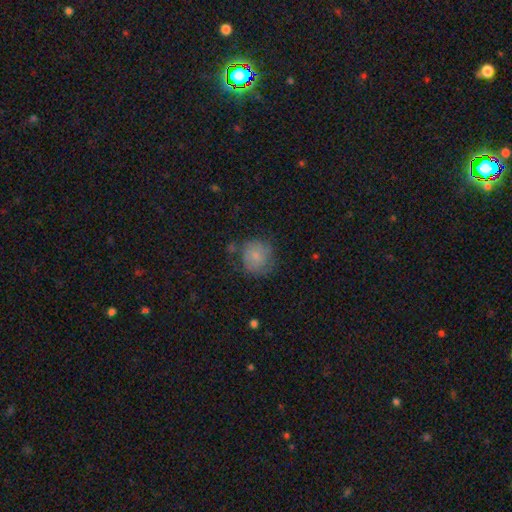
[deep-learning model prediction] Morphology: type=smooth (76%); roundness=round (88%); merging=none (63%).